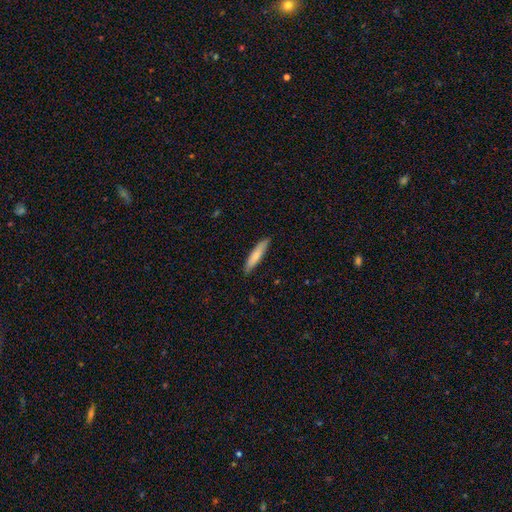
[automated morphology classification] type=smooth (75%); roundness=cigar-shaped (85%); merging=none (87%).